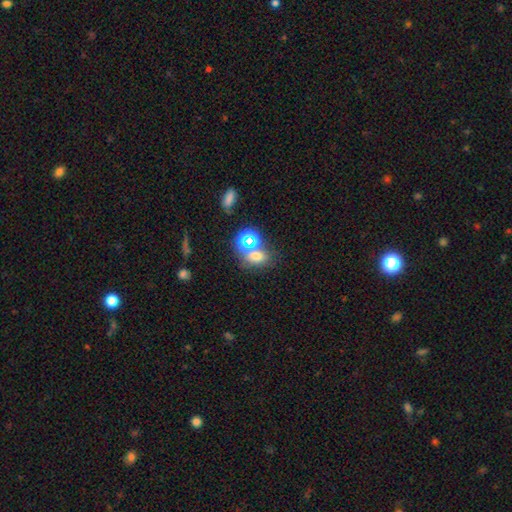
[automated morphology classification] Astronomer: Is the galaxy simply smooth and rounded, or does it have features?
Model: smooth — 60%.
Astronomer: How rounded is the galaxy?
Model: in between — 59% (runner-up: round, 39%).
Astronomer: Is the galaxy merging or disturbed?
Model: none — 55%.